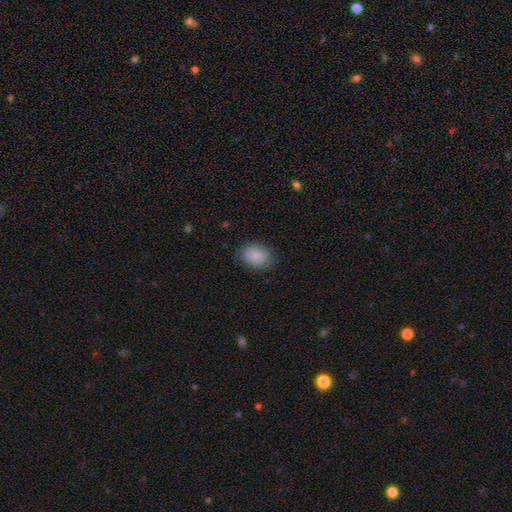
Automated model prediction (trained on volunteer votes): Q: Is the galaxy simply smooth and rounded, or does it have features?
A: smooth — 88%.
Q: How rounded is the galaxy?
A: in between — 73%.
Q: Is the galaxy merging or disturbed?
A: none — 82%.